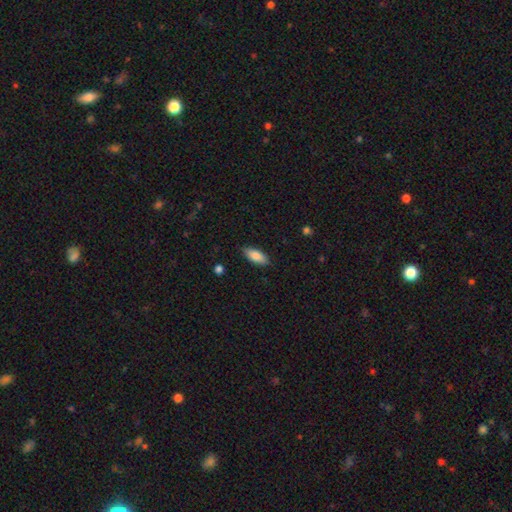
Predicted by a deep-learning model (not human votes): This appears to be a smooth galaxy with no disk features (85%) that is in between round and cigar-shaped (80%). Merging: none (86%).